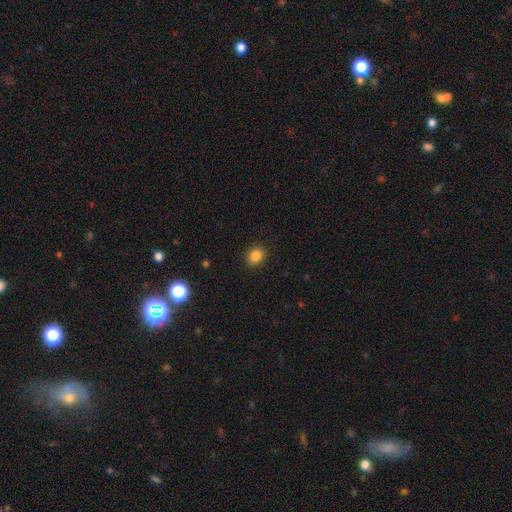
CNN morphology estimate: Smooth or featured: smooth — 84% (star or artifact — 11%)
How rounded: round — 56% (in between — 43%)
Merging: none — 89% (minor disturbance — 8%)